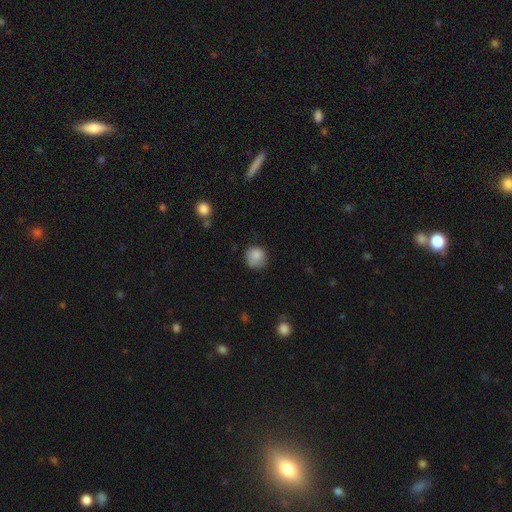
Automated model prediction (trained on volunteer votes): smooth-or-featured: smooth: 85% | star or artifact: 9% | featured or disk: 6%
  how-rounded: round: 89% | in between: 11% | cigar-shaped: 1%
  merging: none: 69% | minor disturbance: 23% | major disturbance: 6% | merger: 2%